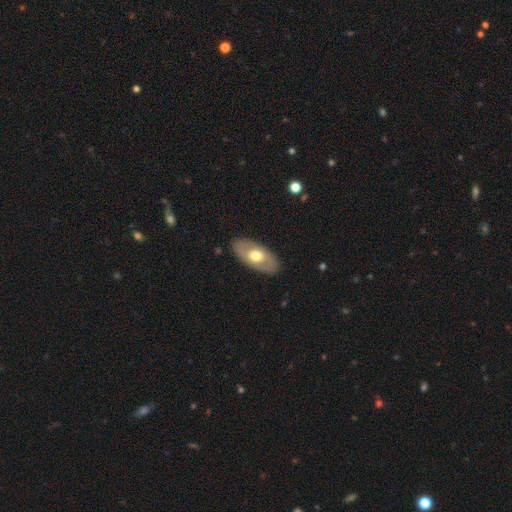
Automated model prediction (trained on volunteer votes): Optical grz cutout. It shows a smooth galaxy with no disk features (50%) that is in between round and cigar-shaped (91%). Merging: none (86%).